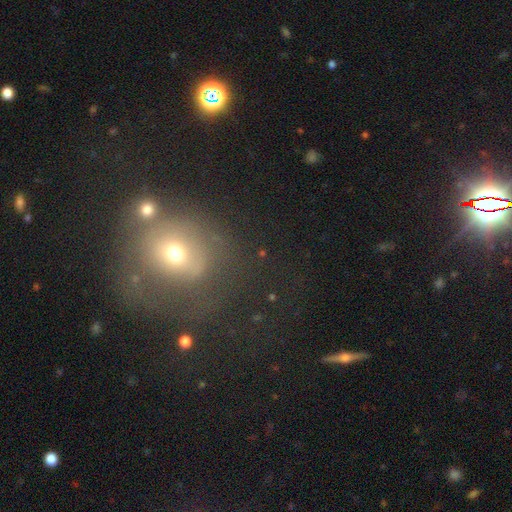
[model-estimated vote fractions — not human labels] smooth_or_featured: smooth (p=0.45) [alt: star or artifact p=0.28]
merging: none (p=0.58) [alt: minor disturbance p=0.18]